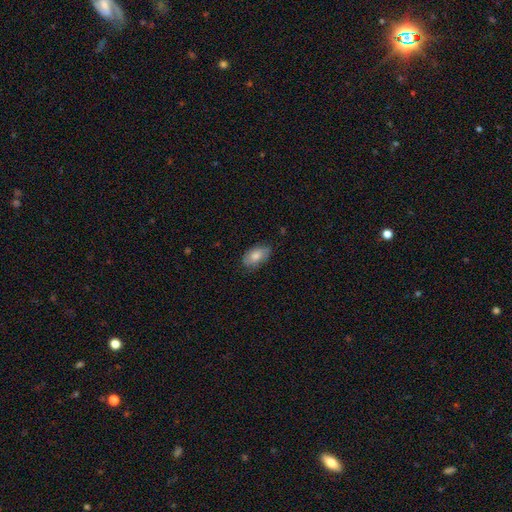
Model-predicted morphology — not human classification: A smooth galaxy with no disk features (68%) that is in between round and cigar-shaped (92%). Merging: none (78%).